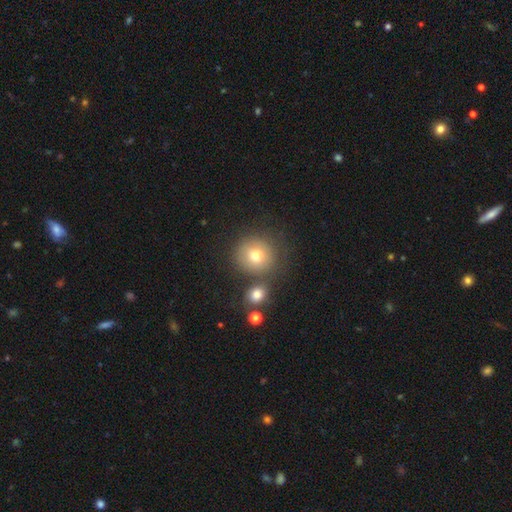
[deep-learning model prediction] Smooth or featured: smooth — 74% (star or artifact — 13%)
How rounded: round — 92% (in between — 7%)
Merging: none — 72% (merger — 13%)